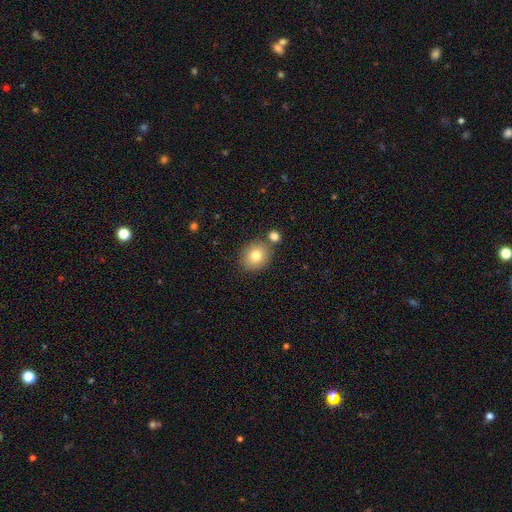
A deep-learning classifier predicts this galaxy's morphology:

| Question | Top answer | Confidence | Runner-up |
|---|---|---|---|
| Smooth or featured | smooth | 78% | featured or disk (12%) |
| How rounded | round | 77% | in between (22%) |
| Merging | none | 73% | merger (13%) |